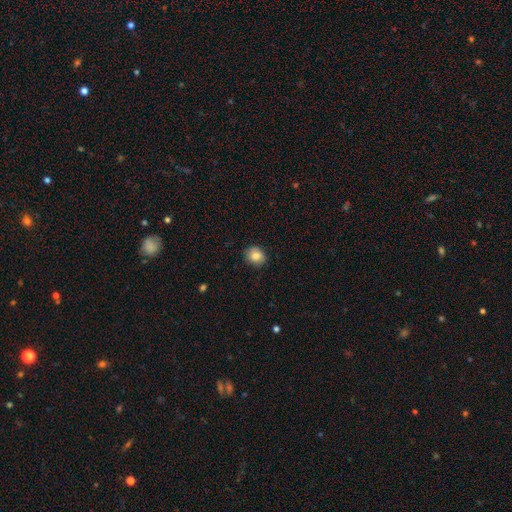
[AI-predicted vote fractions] smooth 82%, star or artifact 9%, featured or disk 9%. Down the decision tree: how rounded — round (72%); merging — none (84%).